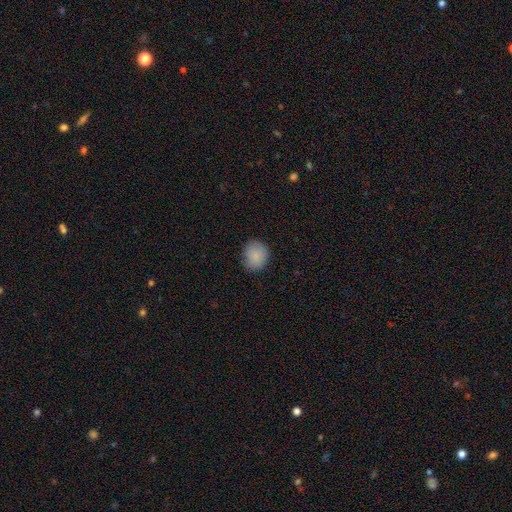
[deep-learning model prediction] smooth-or-featured: smooth: 87% | star or artifact: 8% | featured or disk: 4%
  how-rounded: round: 77% | in between: 22% | cigar-shaped: 1%
  merging: none: 83% | minor disturbance: 13% | major disturbance: 3% | merger: 1%